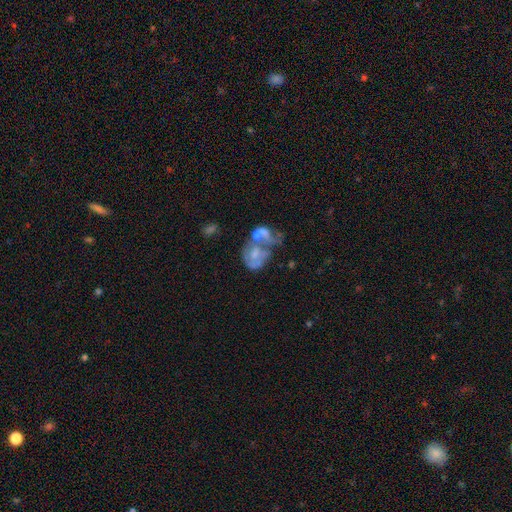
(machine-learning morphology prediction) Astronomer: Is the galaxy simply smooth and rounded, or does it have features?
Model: featured or disk — 62%.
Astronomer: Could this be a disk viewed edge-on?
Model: no — 98%.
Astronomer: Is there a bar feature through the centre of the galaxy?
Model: no — 78%.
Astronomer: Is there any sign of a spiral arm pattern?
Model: no — 61% (runner-up: yes, 39%).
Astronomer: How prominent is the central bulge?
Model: none — 34%, tied with moderate at 34%.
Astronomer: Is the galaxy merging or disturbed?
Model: merger — 60%.